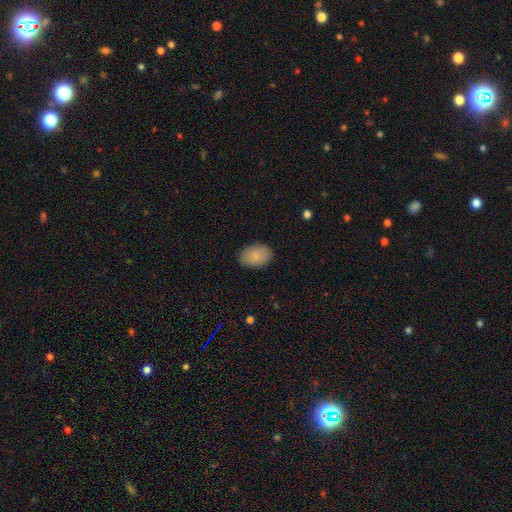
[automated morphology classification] smooth_or_featured: smooth (p=0.87) [alt: star or artifact p=0.07]
how_rounded: in between (p=0.84) [alt: round p=0.15]
merging: none (p=0.87) [alt: minor disturbance p=0.10]